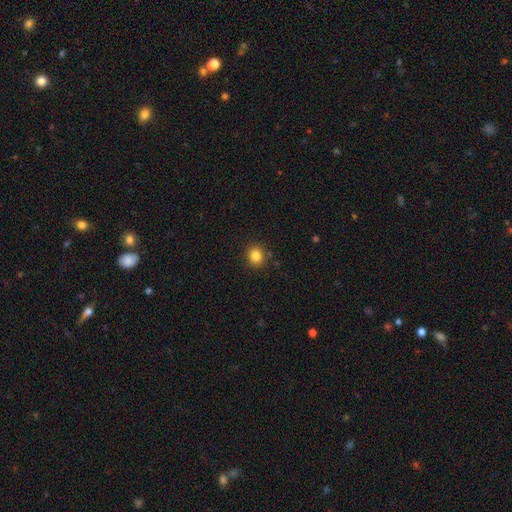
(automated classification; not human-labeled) smooth-or-featured: smooth: 84% | star or artifact: 11% | featured or disk: 5%
  how-rounded: round: 80% | in between: 19% | cigar-shaped: 1%
  merging: none: 88% | minor disturbance: 8% | major disturbance: 2% | merger: 2%